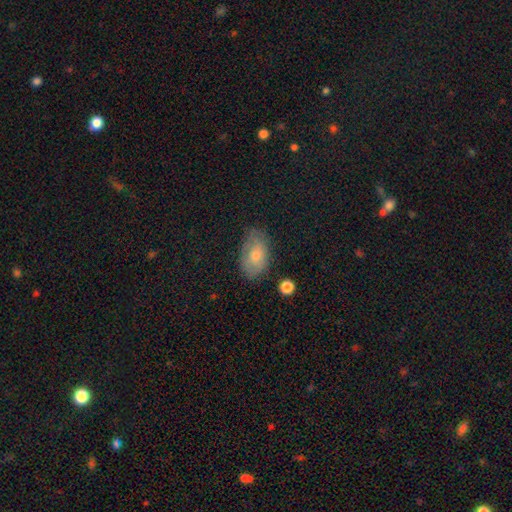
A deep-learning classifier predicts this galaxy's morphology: type=smooth (64%); roundness=in between (90%); merging=none (72%).